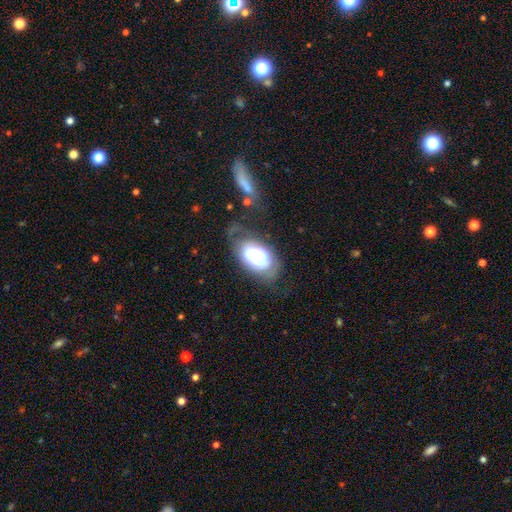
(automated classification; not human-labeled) A smooth galaxy with no disk features (45%, tied with featured or disk). Merging: none (36%).